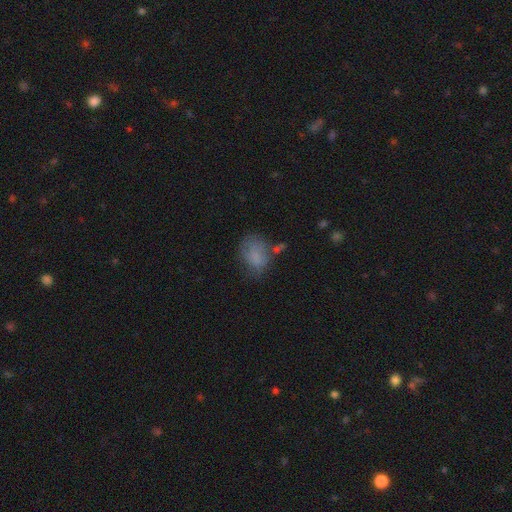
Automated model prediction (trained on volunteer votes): A smooth galaxy with no disk features (73%) that is in between round and cigar-shaped (66%).

Vote fractions:
- Smooth or featured? smooth: 73% / featured or disk: 16% / star or artifact: 12%
- How rounded? in between: 66% / round: 33% / cigar-shaped: 1%
- Merging? none: 47% / minor disturbance: 29% / major disturbance: 16% / merger: 7%